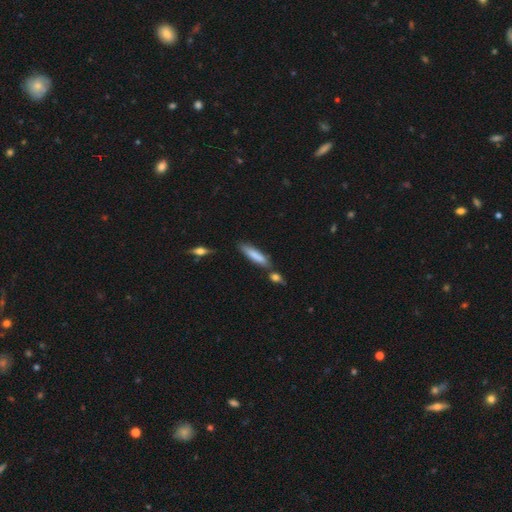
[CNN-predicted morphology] smooth-or-featured: smooth: 79% | featured or disk: 15% | star or artifact: 6%
  how-rounded: cigar-shaped: 78% | in between: 20% | round: 2%
  merging: none: 66% | merger: 17% | minor disturbance: 13% | major disturbance: 3%